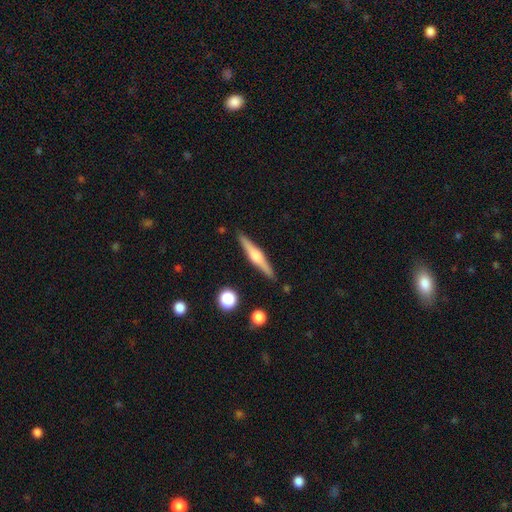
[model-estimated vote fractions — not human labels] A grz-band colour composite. It shows a featured or disk galaxy (68%) viewed edge-on (98%) with a rounded central bulge (83%). Merging: none (90%).